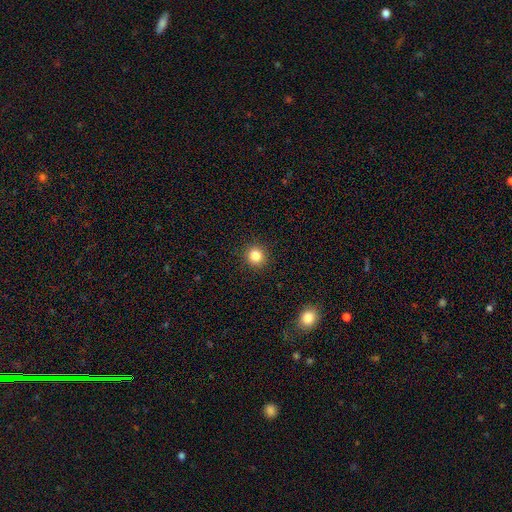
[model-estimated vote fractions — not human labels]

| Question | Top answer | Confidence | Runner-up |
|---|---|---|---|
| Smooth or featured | smooth | 84% | star or artifact (11%) |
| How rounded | round | 91% | in between (8%) |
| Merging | none | 92% | minor disturbance (5%) |